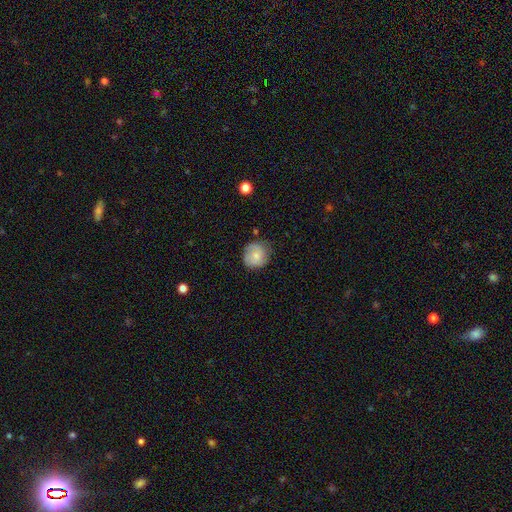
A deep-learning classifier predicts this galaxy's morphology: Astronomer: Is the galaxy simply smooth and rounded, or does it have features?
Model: smooth — 60%.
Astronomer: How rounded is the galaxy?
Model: round — 82%.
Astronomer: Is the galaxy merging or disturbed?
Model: none — 67%.